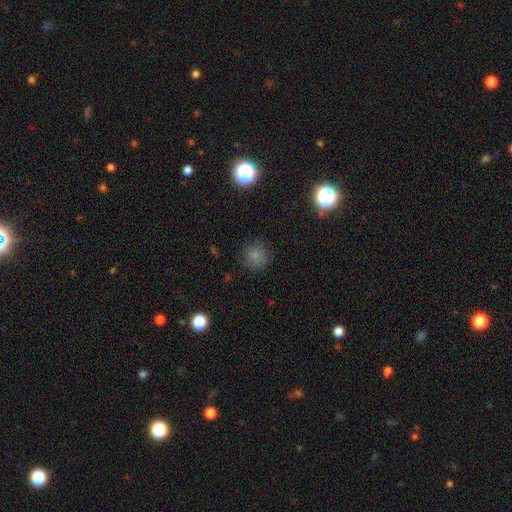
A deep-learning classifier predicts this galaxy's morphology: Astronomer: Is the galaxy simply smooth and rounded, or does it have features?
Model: smooth — 79%.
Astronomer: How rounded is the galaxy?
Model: round — 92%.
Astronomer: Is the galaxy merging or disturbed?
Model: none — 84%.